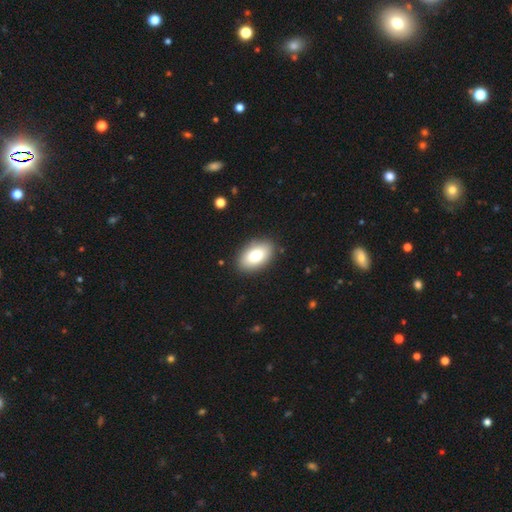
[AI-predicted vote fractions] A smooth galaxy with no disk features (80%) that is in between round and cigar-shaped (93%).

Vote fractions:
- Smooth or featured? smooth: 80% / featured or disk: 13% / star or artifact: 7%
- How rounded? in between: 93% / round: 5% / cigar-shaped: 2%
- Merging? none: 88% / minor disturbance: 8% / major disturbance: 2% / merger: 1%